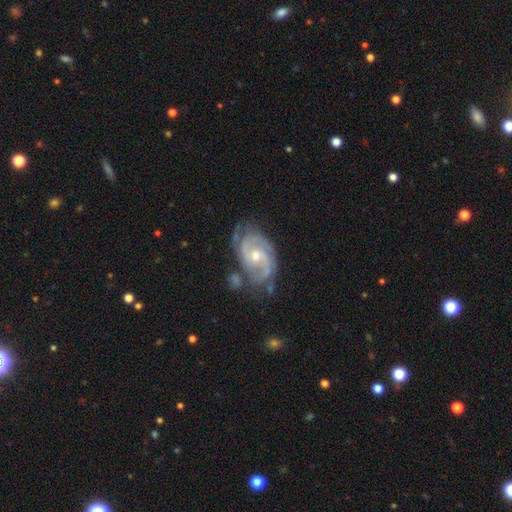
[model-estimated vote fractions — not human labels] This appears to be a featured or disk galaxy (89%) with no bar (56%), 2 (61%) tight (46%) spiral arms (97%) and a moderate central bulge (53%). Merging: none (63%).